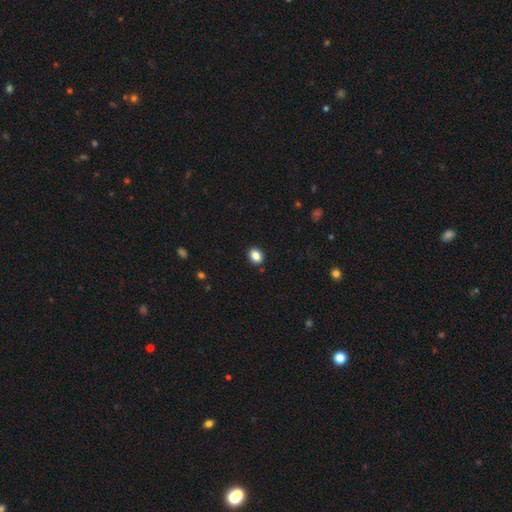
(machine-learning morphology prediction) smooth 86%, star or artifact 9%, featured or disk 4%. Down the decision tree: how rounded — in between (54%); merging — none (90%).